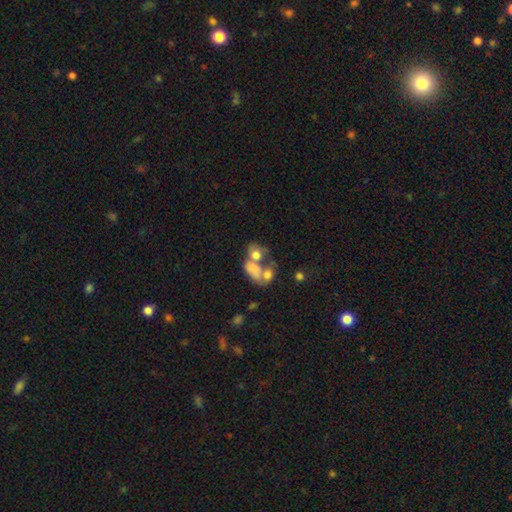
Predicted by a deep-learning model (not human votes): Overall: smooth (61%; featured or disk 27%). How rounded: in between (68%; round 31%). Merging: merger (62%).